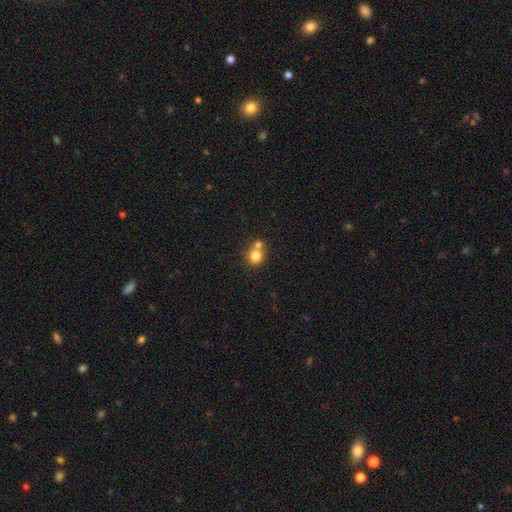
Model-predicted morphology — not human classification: Smooth or featured?
  - smooth: 78% *
  - star or artifact: 11%
  - featured or disk: 11%
How rounded?
  - round: 85% *
  - in between: 14%
  - cigar-shaped: 1%
Merging?
  - none: 45% * (tied)
  - merger: 45% * (tied)
  - minor disturbance: 7%
  - major disturbance: 3%